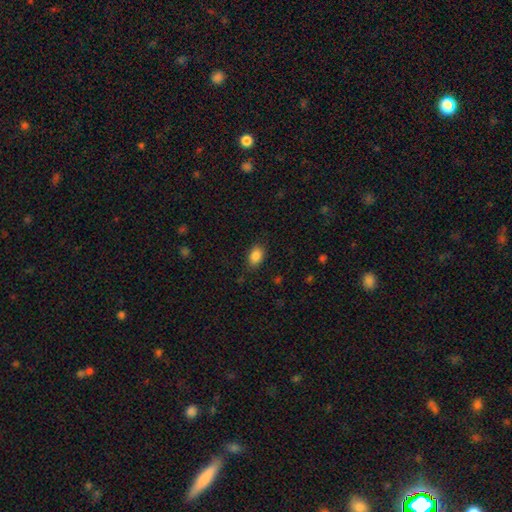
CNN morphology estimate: A smooth galaxy with no disk features (87%) that is in between round and cigar-shaped (84%).

Vote fractions:
- Smooth or featured? smooth: 87% / star or artifact: 9% / featured or disk: 5%
- How rounded? in between: 84% / round: 14% / cigar-shaped: 1%
- Merging? none: 83% / minor disturbance: 13% / major disturbance: 3% / merger: 1%